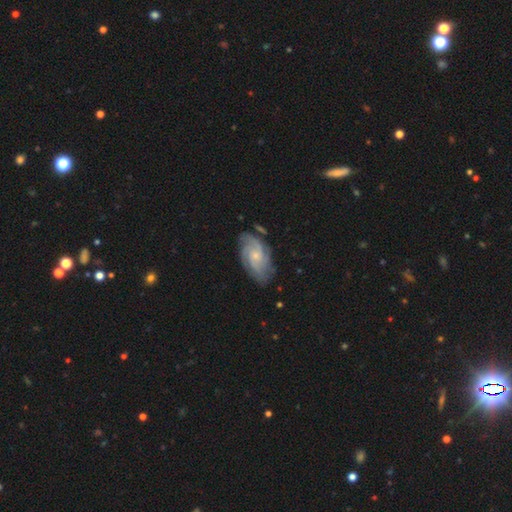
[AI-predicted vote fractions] The model was most divided on "spiral arm count": 3: 31%, can't tell: 22%, 4: 20%, 2: 16%, more than 4: 6%, 1: 5%. More confident: edge-on disk — no (96%); spiral arms — yes (96%); smooth or featured — featured or disk (82%); merging — none (74%); bar — no (71%); bulge size — small (68%); spiral winding — tight (51%).